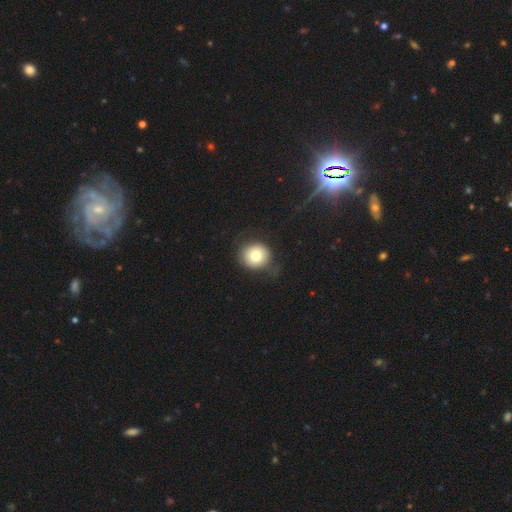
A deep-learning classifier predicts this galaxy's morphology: Smooth or featured? smooth (76%)
How rounded? round (86%)
Merging? none (69%)